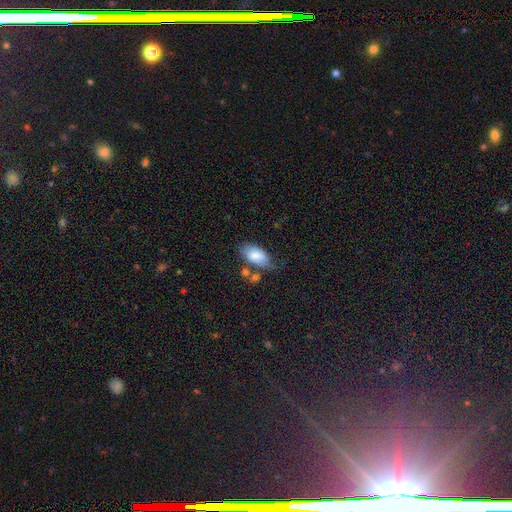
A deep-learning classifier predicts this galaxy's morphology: Smooth or featured?
  - smooth: 77% *
  - featured or disk: 16%
  - star or artifact: 7%
How rounded?
  - in between: 93% *
  - cigar-shaped: 4%
  - round: 4%
Merging?
  - none: 47% *
  - minor disturbance: 29%
  - merger: 14%
  - major disturbance: 11%